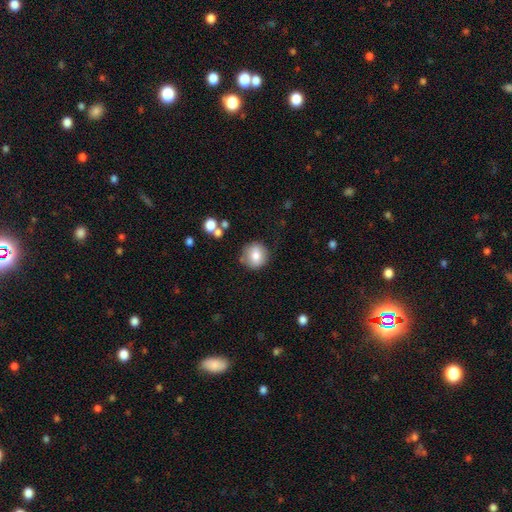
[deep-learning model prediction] Overall: smooth (78%). How rounded: round (90%). Merging: none (80%).